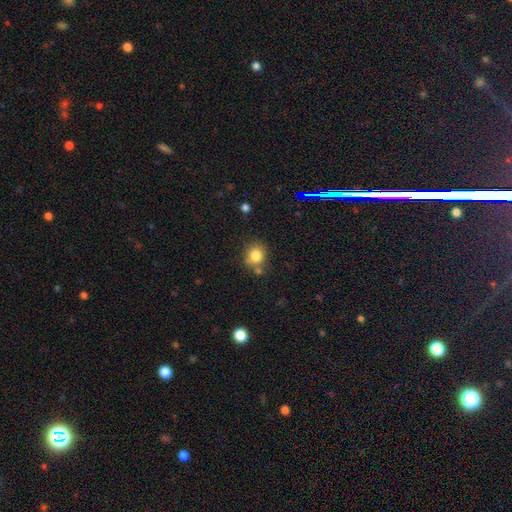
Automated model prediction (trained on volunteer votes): smooth-or-featured: smooth: 81% | star or artifact: 11% | featured or disk: 8%
  how-rounded: round: 78% | in between: 21% | cigar-shaped: 1%
  merging: none: 70% | minor disturbance: 14% | merger: 12% | major disturbance: 4%